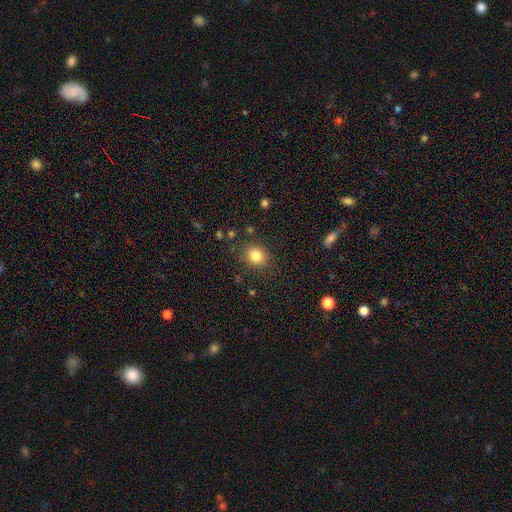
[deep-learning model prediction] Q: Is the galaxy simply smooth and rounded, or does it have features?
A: smooth — 83%.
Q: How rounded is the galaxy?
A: round — 68%.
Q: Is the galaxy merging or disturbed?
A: none — 85%.